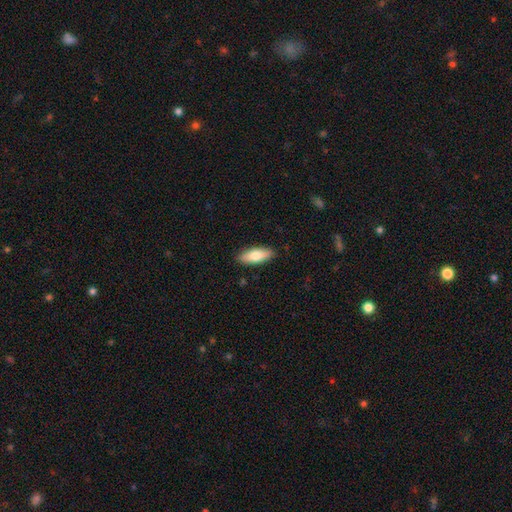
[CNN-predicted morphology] Smooth or featured: smooth — 77% (featured or disk — 17%)
How rounded: in between — 71% (cigar-shaped — 27%)
Merging: none — 88% (minor disturbance — 9%)